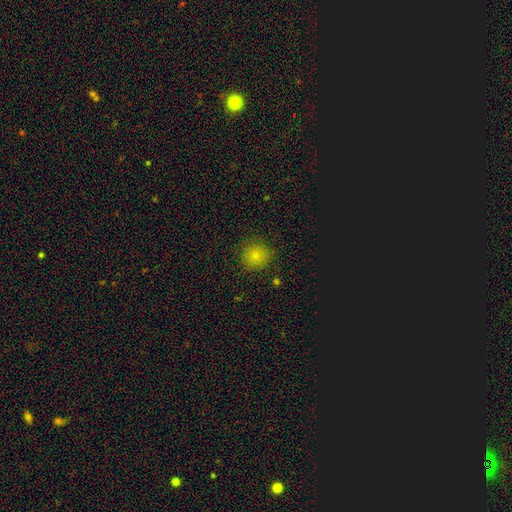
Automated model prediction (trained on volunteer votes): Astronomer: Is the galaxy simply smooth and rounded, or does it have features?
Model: smooth — 81%.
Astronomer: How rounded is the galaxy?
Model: round — 92%.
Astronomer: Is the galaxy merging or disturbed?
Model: none — 87%.